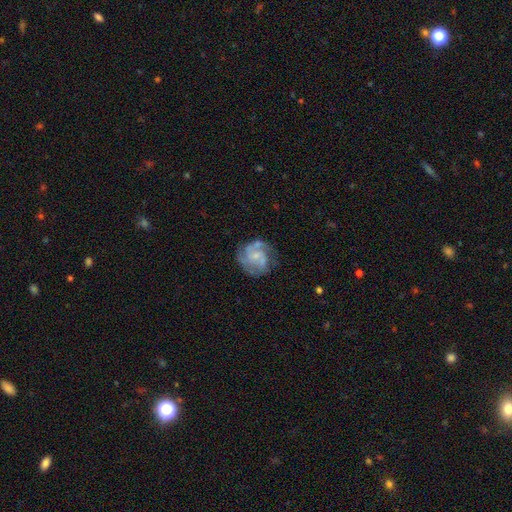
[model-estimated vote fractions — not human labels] Smooth or featured? featured or disk (74%)
Edge-on disk? no (98%)
Bar? no (65%)
Spiral arms? yes (86%)
Spiral winding? tight (43%, tied with medium)
Spiral arm count? 3 (29%)
Bulge size? small (56%)
Merging? none (61%)